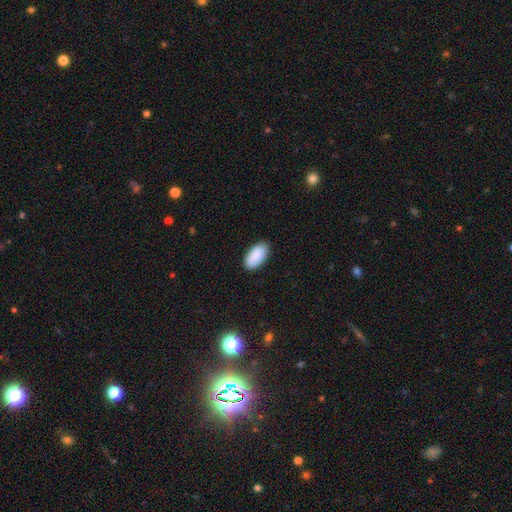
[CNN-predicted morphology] A smooth galaxy with no disk features (90%) that is in between round and cigar-shaped (95%). Merging: none (87%).